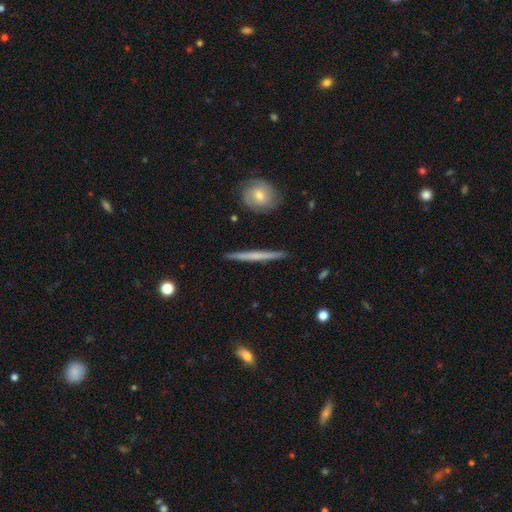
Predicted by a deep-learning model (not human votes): This is possibly a featured or disk galaxy (56%). It is clearly viewed edge-on (96%). Edge-on bulge: likely none (79%). Merging: clearly none (91%).